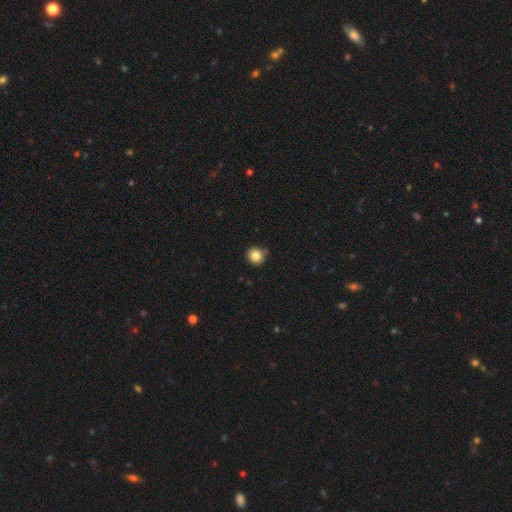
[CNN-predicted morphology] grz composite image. It shows a smooth galaxy with no disk features (83%) that is round (92%). Merging: none (84%).